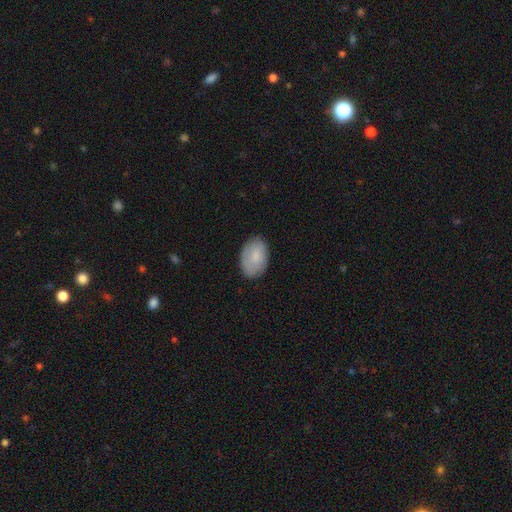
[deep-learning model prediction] Morphology: type=smooth (80%); roundness=in between (88%); merging=none (81%).